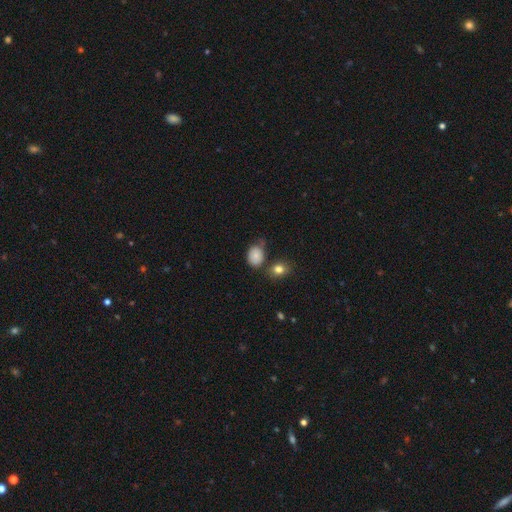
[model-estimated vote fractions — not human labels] This appears to be a smooth galaxy with no disk features (83%) that is in between round and cigar-shaped (59%). Merging: none (53%).